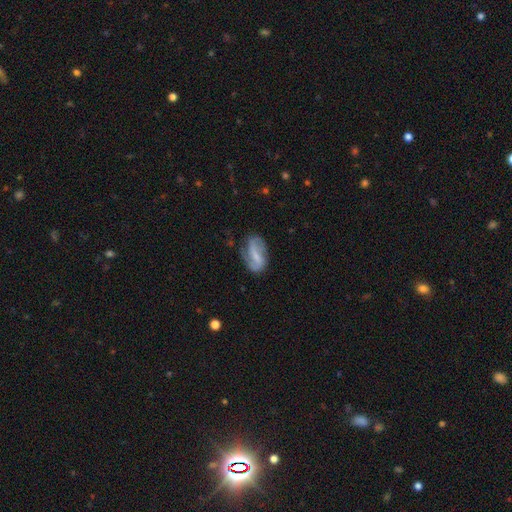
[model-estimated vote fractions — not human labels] This is likely a featured or disk galaxy (66%). It is clearly not viewed edge-on (96%). Bar: marginally weak (40%). Spiral arm pattern: clearly yes (86%). Spiral arm count: likely 2 (76%). Spiral winding: possibly loose (49%). Central bulge: marginally none (40%). Merging: possibly none (55%).